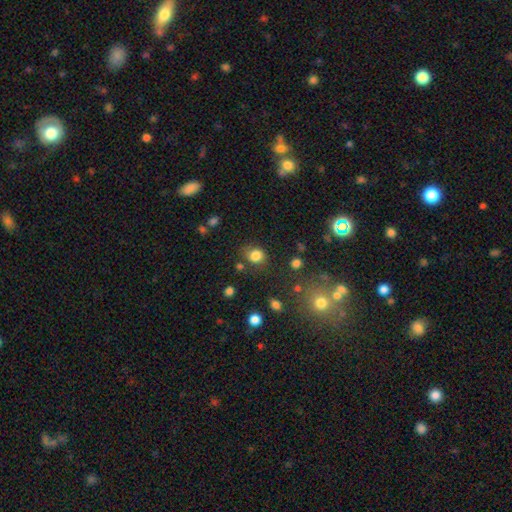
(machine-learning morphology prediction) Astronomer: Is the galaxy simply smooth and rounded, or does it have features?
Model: smooth — 82%.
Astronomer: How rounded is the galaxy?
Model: round — 70%.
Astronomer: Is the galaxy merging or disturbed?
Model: none — 70%.